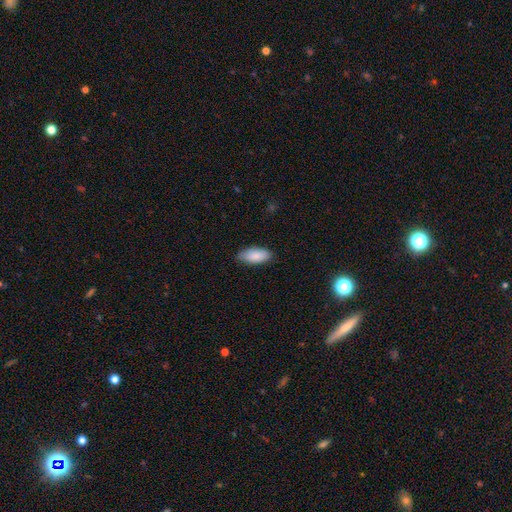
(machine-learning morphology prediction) A smooth galaxy with no disk features (88%) that is in between round and cigar-shaped (89%). Merging: none (83%).